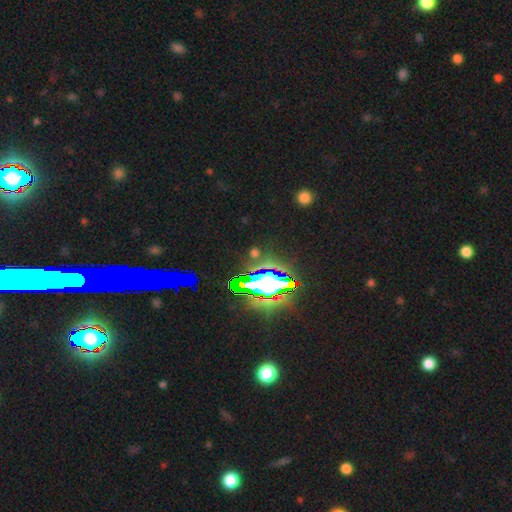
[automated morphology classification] This is likely a star or artifact rather than a galaxy (71%).